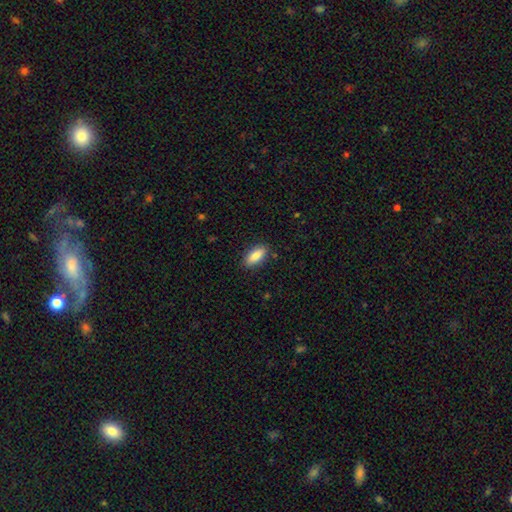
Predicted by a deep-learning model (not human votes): smooth_or_featured: smooth (p=0.87) [alt: featured or disk p=0.07]
how_rounded: in between (p=0.81) [alt: cigar-shaped p=0.17]
merging: none (p=0.87) [alt: minor disturbance p=0.10]